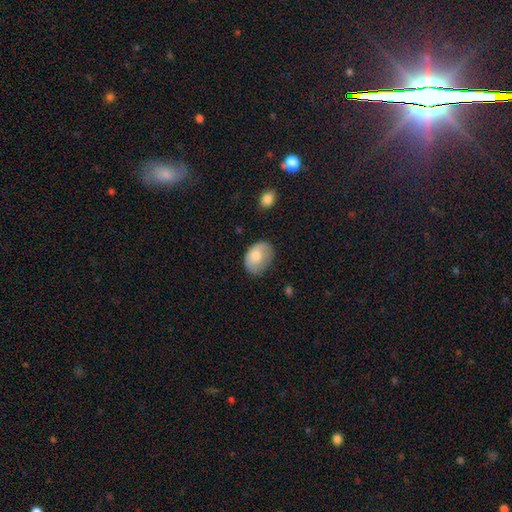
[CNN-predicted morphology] Q: Smooth or featured?
A: smooth (74%); runner-up: featured or disk (19%)
Q: How rounded?
A: in between (73%); runner-up: round (26%)
Q: Merging?
A: none (63%); runner-up: minor disturbance (28%)